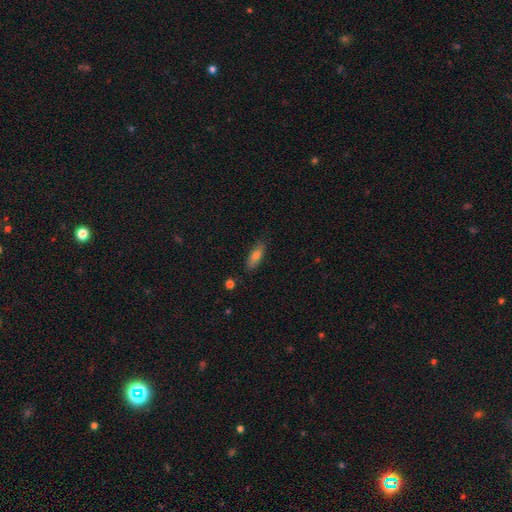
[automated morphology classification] Q: Smooth or featured?
A: smooth (73%); runner-up: featured or disk (19%)
Q: How rounded?
A: in between (61%); runner-up: cigar-shaped (37%)
Q: Merging?
A: none (82%); runner-up: minor disturbance (14%)